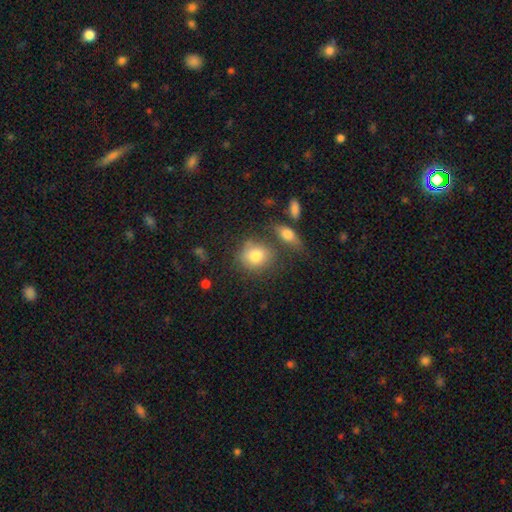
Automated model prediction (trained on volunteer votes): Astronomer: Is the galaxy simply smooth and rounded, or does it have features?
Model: smooth — 80%.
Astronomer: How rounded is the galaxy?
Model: round — 69%.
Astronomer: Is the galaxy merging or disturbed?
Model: none — 65%.